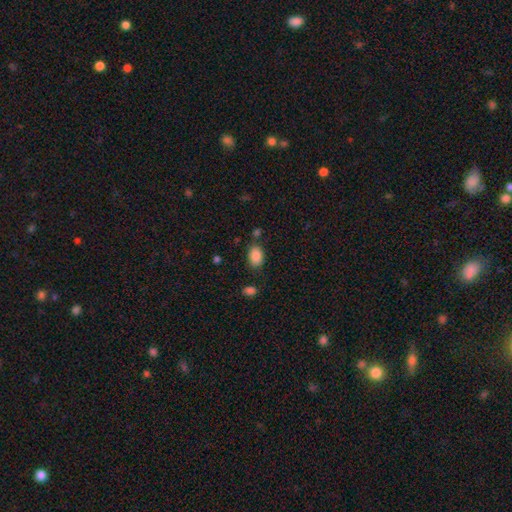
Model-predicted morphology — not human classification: Overall: smooth (87%). How rounded: in between (83%). Merging: none (75%).